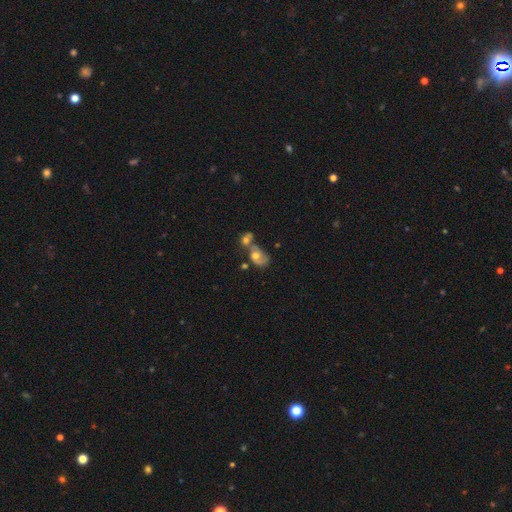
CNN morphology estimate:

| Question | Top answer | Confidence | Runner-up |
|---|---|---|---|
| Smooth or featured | featured or disk | 48% | smooth (40%) |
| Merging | merger | 56% | none (22%) |